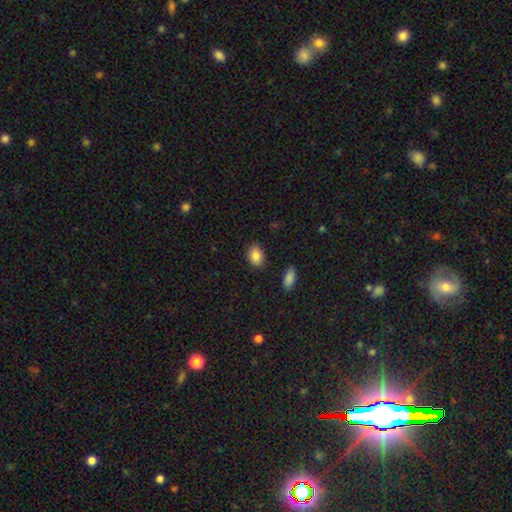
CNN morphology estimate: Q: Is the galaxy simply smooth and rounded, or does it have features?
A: smooth — 87%.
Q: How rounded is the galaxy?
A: in between — 80%.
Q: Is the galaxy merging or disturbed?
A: none — 84%.